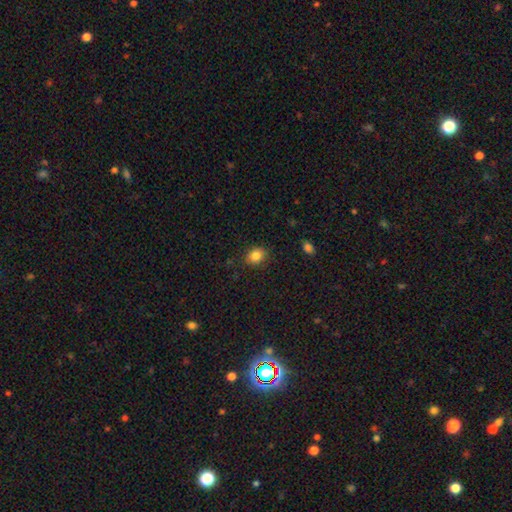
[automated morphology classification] Q: Smooth or featured?
A: smooth (85%); runner-up: star or artifact (10%)
Q: How rounded?
A: round (51%); runner-up: in between (48%)
Q: Merging?
A: none (86%); runner-up: minor disturbance (10%)